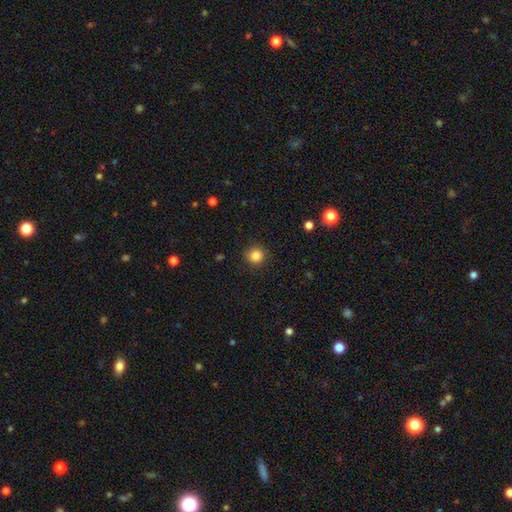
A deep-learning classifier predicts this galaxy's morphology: smooth-or-featured: smooth: 85% | star or artifact: 11% | featured or disk: 4%
  how-rounded: round: 93% | in between: 7% | cigar-shaped: 1%
  merging: none: 89% | minor disturbance: 7% | major disturbance: 2% | merger: 1%